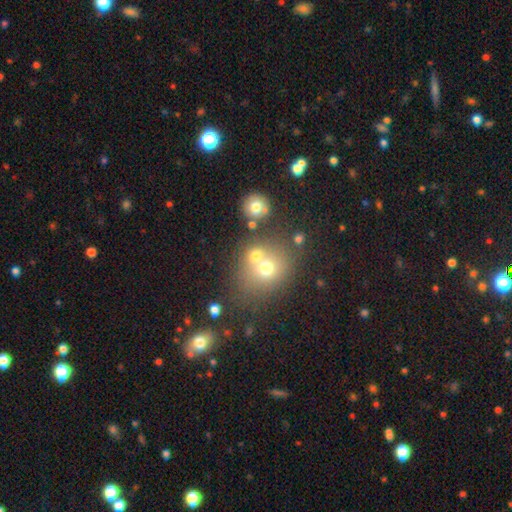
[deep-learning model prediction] Morphology: type=smooth (67%); roundness=round (74%); merging=none (46%).